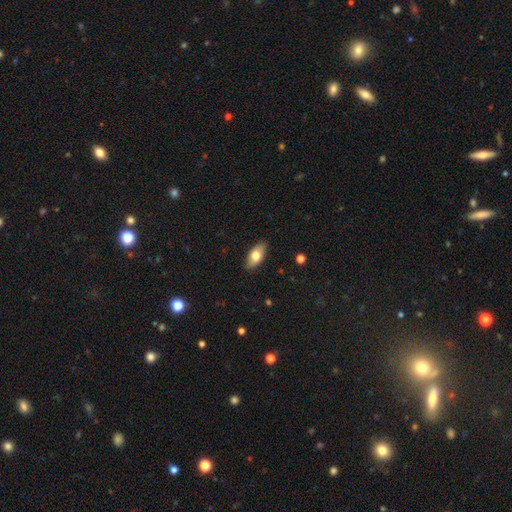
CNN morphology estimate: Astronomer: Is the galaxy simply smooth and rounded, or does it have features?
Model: smooth — 74%.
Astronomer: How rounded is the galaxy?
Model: in between — 89%.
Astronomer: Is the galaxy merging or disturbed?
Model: none — 87%.